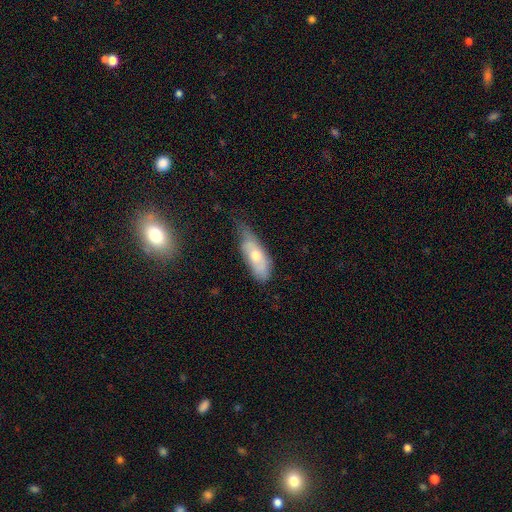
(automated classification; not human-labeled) This is possibly a smooth galaxy (55%). How rounded: likely in between (70%). Merging: marginally minor disturbance (43%).